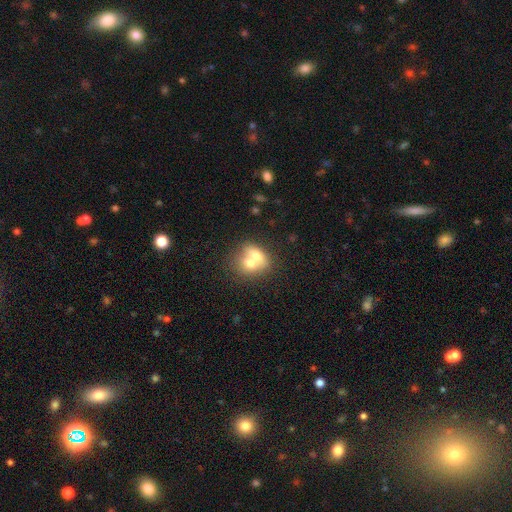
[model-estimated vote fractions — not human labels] Overall: smooth (66%). How rounded: round (54%; in between 45%). Merging: merger (70%).